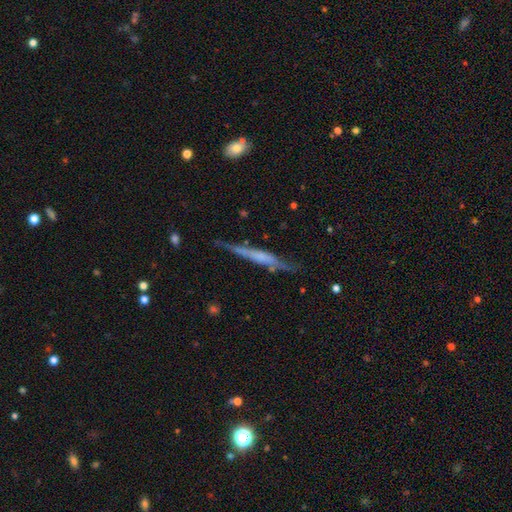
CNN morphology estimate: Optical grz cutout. It shows a featured or disk galaxy (64%) viewed edge-on (92%) with no central bulge (52%). Merging: none (76%).